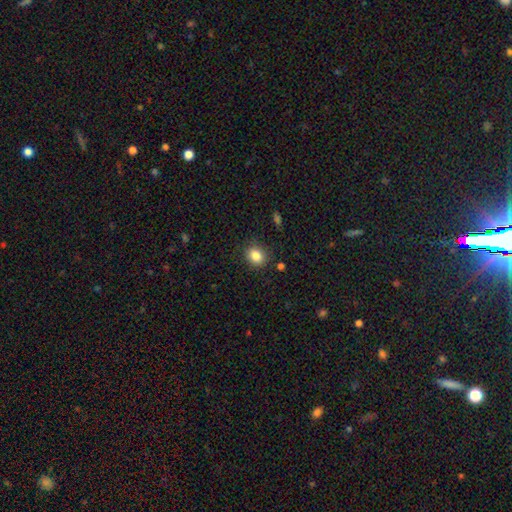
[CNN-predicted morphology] type=smooth (84%); roundness=round (55%); merging=none (86%).